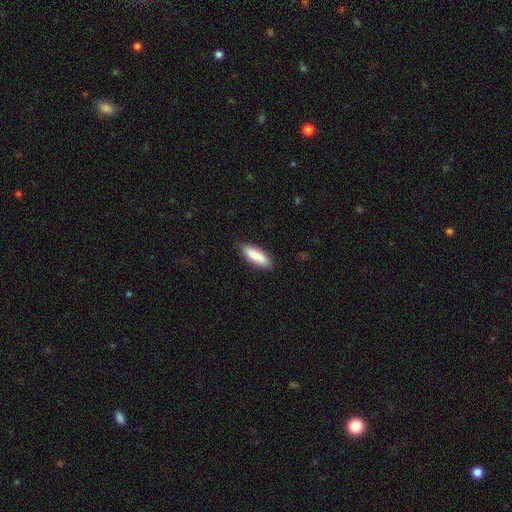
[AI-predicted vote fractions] Q: Smooth or featured?
A: smooth (87%); runner-up: featured or disk (7%)
Q: How rounded?
A: cigar-shaped (50%); runner-up: in between (49%)
Q: Merging?
A: none (84%); runner-up: minor disturbance (12%)